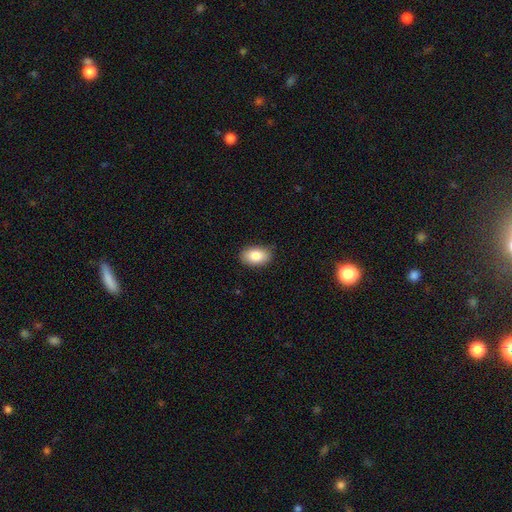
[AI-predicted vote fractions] A smooth galaxy with no disk features (87%) that is in between round and cigar-shaped (92%). Merging: none (86%).